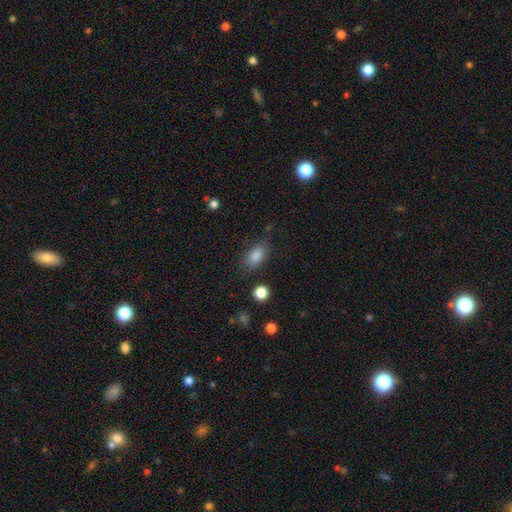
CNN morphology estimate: smooth 84%, star or artifact 10%, featured or disk 6%. Down the decision tree: how rounded — in between (87%); merging — none (76%).